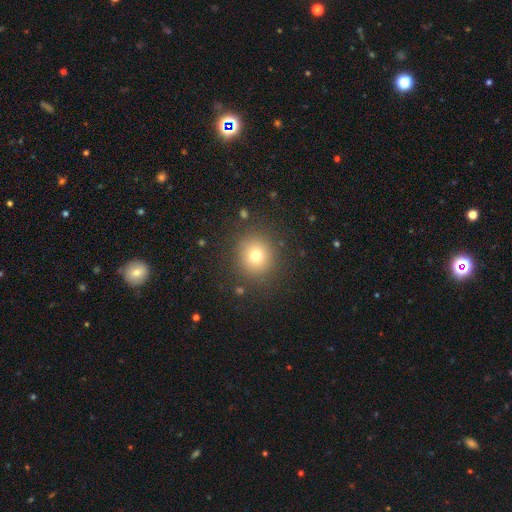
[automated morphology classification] smooth 73%, star or artifact 15%, featured or disk 11%. Down the decision tree: how rounded — round (91%); merging — none (87%).